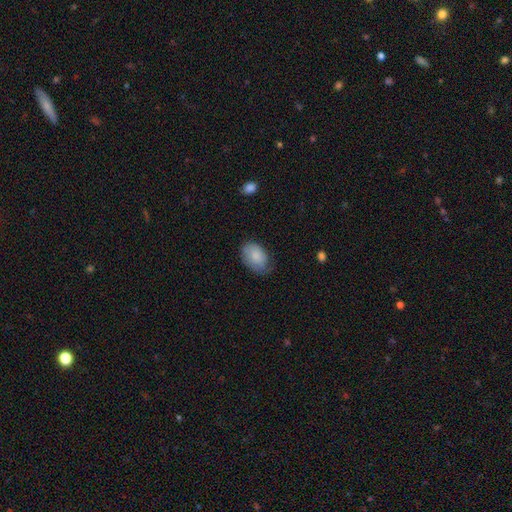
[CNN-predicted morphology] Smooth or featured?
  - smooth: 81% *
  - featured or disk: 13%
  - star or artifact: 6%
How rounded?
  - in between: 86% *
  - round: 13%
  - cigar-shaped: 1%
Merging?
  - none: 59% *
  - minor disturbance: 31%
  - major disturbance: 8%
  - merger: 1%